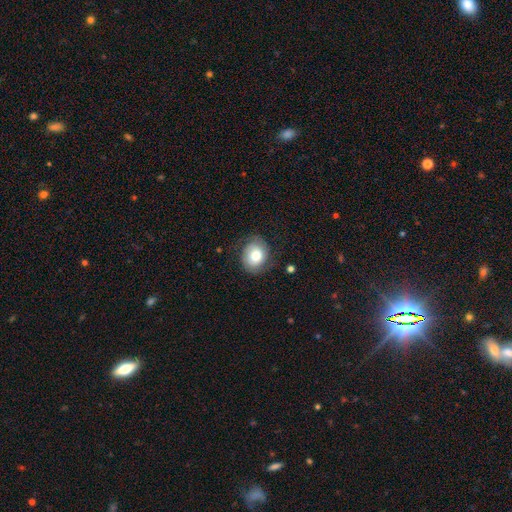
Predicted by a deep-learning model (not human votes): smooth 64%, featured or disk 28%, star or artifact 8%. Down the decision tree: how rounded — round (60%); merging — none (72%).